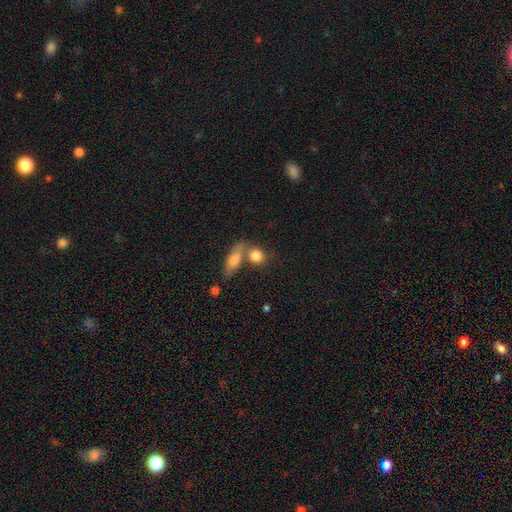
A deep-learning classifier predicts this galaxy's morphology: This is clearly a smooth galaxy (83%). How rounded: likely round (60%). Merging: possibly none (53%).